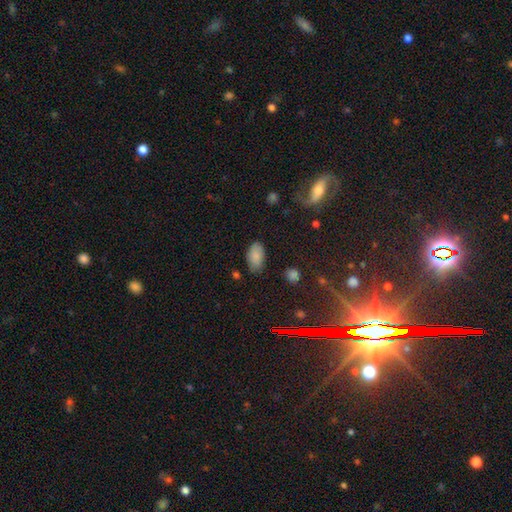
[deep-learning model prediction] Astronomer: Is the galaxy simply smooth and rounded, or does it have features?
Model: smooth — 85%.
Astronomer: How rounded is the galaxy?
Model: in between — 94%.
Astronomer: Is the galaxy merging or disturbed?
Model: none — 78%.